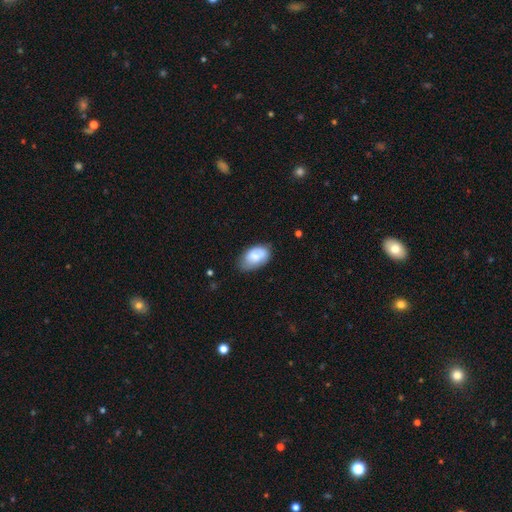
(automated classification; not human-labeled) This is likely a smooth galaxy (73%). How rounded: clearly in between (93%). Merging: possibly none (57%).